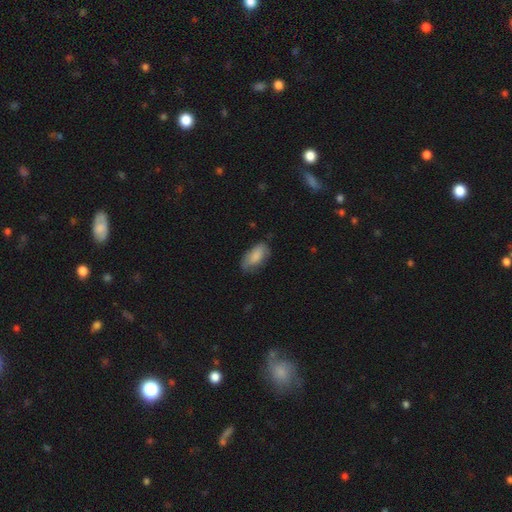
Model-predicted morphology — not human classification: Overall: smooth (81%). How rounded: in between (92%). Merging: none (65%; minor disturbance 27%).